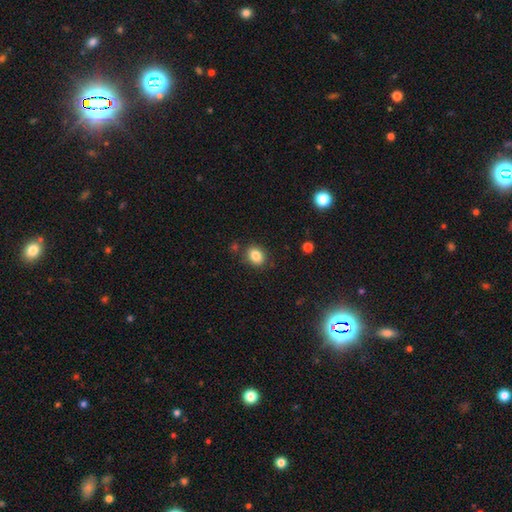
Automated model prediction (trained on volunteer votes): smooth 85%, star or artifact 10%, featured or disk 6%. Down the decision tree: how rounded — in between (55%); merging — none (83%).